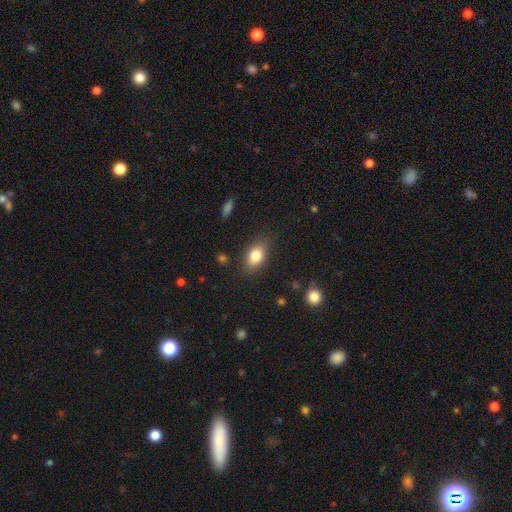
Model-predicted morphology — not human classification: smooth_or_featured: smooth (p=0.80) [alt: featured or disk p=0.11]
how_rounded: in between (p=0.83) [alt: round p=0.14]
merging: none (p=0.83) [alt: minor disturbance p=0.12]